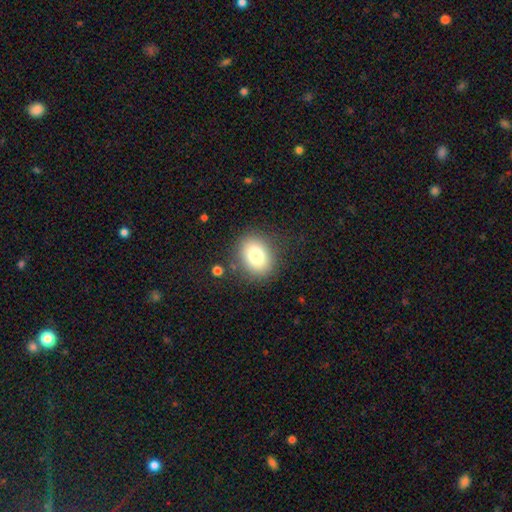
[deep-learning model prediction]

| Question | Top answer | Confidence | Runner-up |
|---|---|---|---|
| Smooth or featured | smooth | 77% | featured or disk (12%) |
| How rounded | round | 52% | in between (48%) |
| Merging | none | 82% | minor disturbance (11%) |